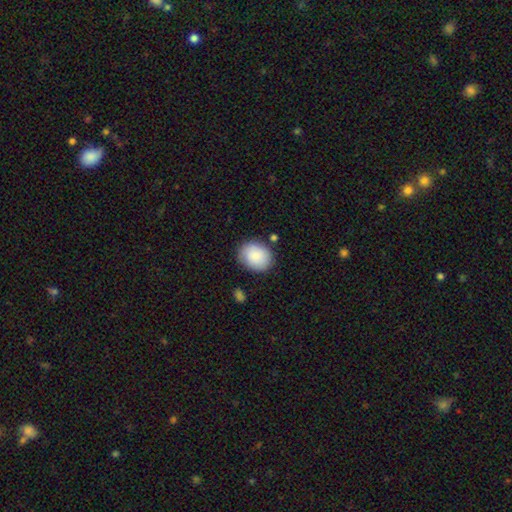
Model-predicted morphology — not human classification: This is clearly a smooth galaxy (88%). How rounded: possibly round (56%). Merging: likely none (80%).